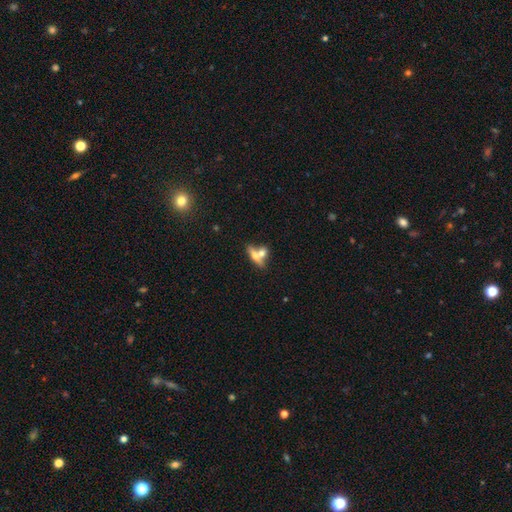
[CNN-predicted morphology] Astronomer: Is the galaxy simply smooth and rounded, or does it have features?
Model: smooth — 52% (runner-up: featured or disk, 39%).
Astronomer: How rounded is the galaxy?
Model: in between — 49% (runner-up: cigar-shaped, 40%).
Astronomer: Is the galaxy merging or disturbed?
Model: merger — 54% (runner-up: none, 34%).